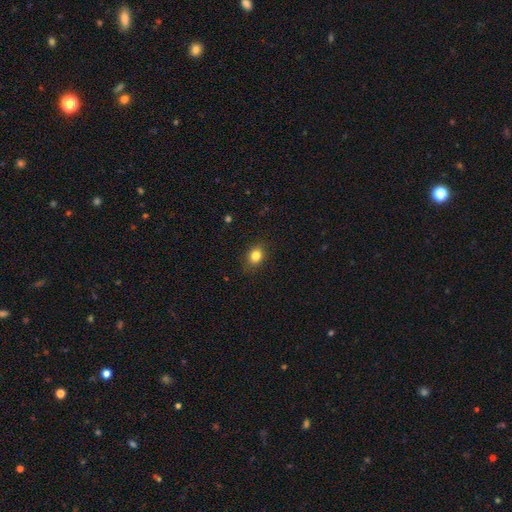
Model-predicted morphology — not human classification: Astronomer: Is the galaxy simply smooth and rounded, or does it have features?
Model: smooth — 83%.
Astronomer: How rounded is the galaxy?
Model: in between — 54% (runner-up: round, 45%).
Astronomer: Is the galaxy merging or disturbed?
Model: none — 87%.